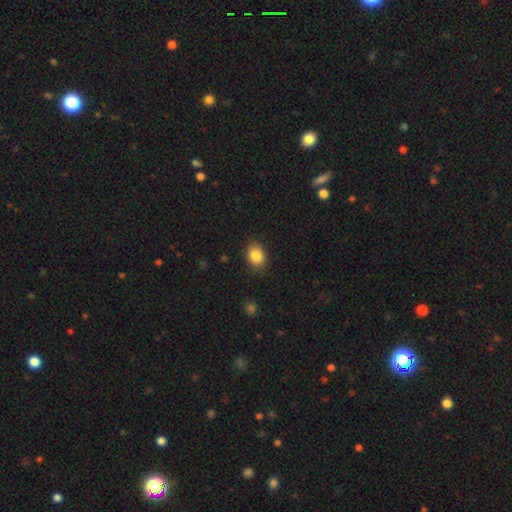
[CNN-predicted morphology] This is clearly a smooth galaxy (86%). How rounded: possibly in between (53%). Merging: clearly none (87%).